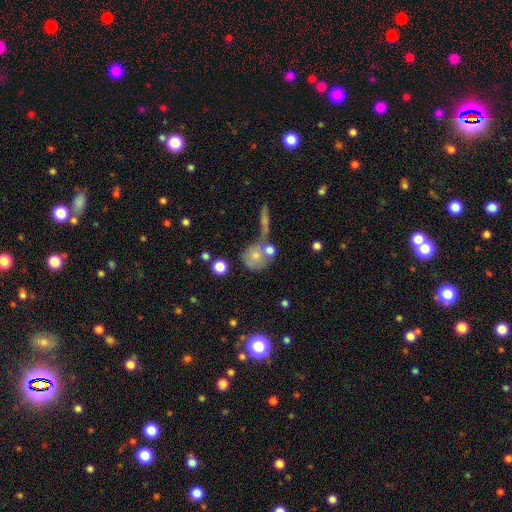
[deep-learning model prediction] Smooth or featured? smooth (67%)
How rounded? round (79%)
Merging? none (40%)